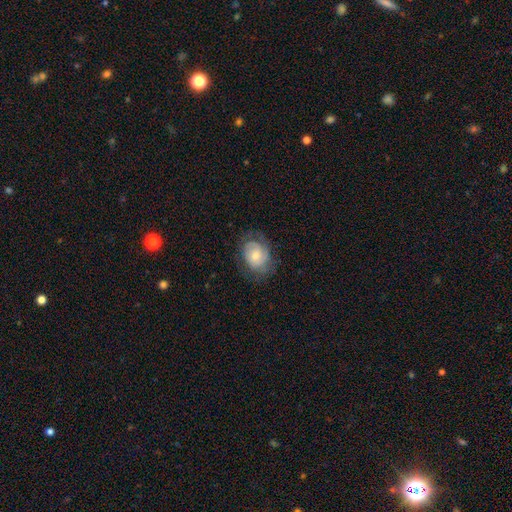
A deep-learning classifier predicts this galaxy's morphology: Smooth or featured? featured or disk (53%)
Edge-on disk? no (97%)
Bar? no (68%)
Spiral arms? yes (81%)
Bulge size? moderate (47%)
Merging? none (63%)